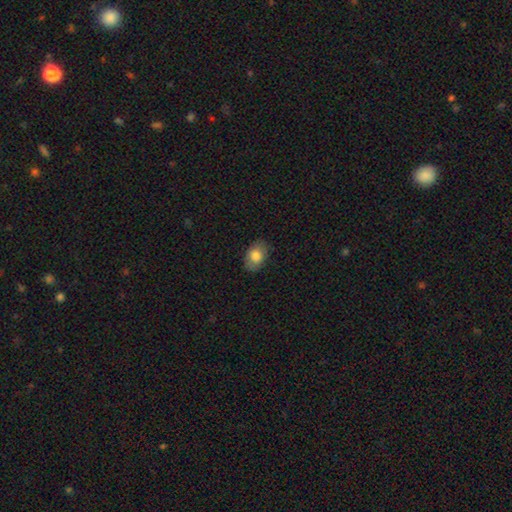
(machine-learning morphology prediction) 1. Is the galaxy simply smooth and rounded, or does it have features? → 81% smooth, 12% featured or disk, 8% star or artifact.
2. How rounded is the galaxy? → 84% in between, 15% round, 1% cigar-shaped.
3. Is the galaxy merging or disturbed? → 83% none, 13% minor disturbance, 3% major disturbance, 1% merger.